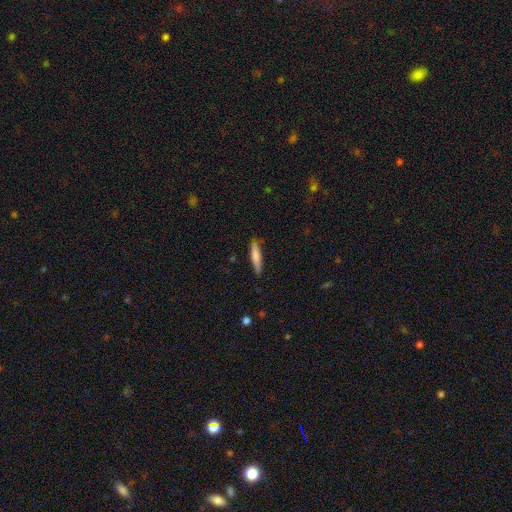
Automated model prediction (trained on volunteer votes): Smooth or featured: smooth — 75% (featured or disk — 19%)
How rounded: cigar-shaped — 86% (in between — 13%)
Merging: none — 80% (minor disturbance — 16%)